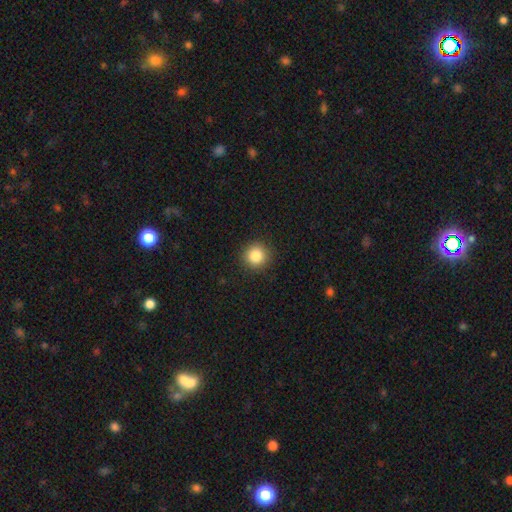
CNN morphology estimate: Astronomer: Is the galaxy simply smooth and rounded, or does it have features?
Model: smooth — 85%.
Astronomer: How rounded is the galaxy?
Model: round — 94%.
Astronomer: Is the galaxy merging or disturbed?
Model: none — 91%.